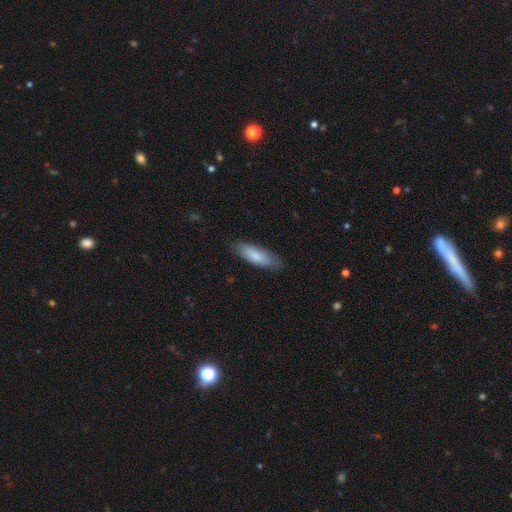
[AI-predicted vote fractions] smooth 81%, featured or disk 13%, star or artifact 5%. Down the decision tree: how rounded — in between (54%); merging — none (82%).